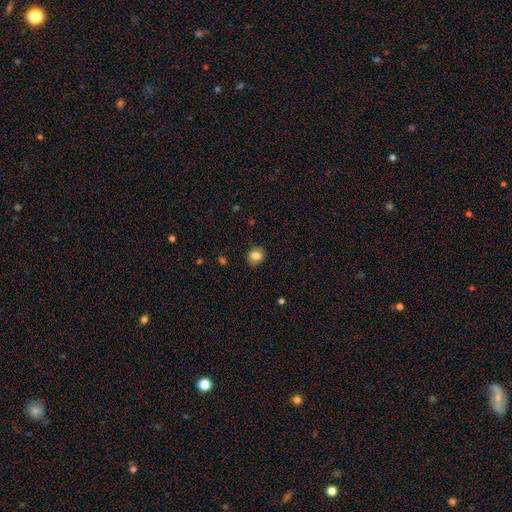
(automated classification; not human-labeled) Q: Smooth or featured?
A: smooth (82%); runner-up: star or artifact (10%)
Q: How rounded?
A: round (68%); runner-up: in between (31%)
Q: Merging?
A: none (84%); runner-up: minor disturbance (12%)